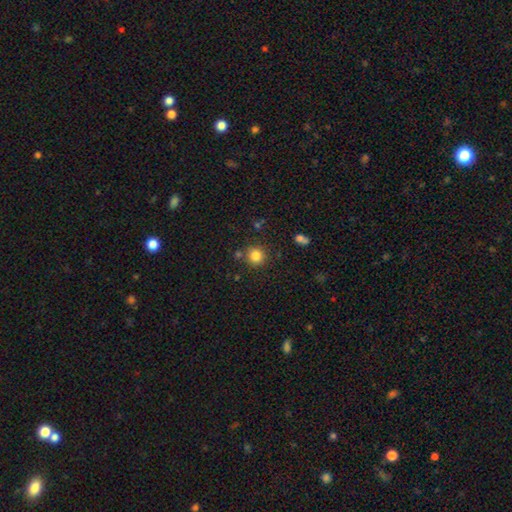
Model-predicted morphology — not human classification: Smooth or featured?
  - smooth: 83% *
  - star or artifact: 12%
  - featured or disk: 5%
How rounded?
  - round: 92% *
  - in between: 7%
  - cigar-shaped: 1%
Merging?
  - none: 82% *
  - minor disturbance: 8%
  - merger: 7%
  - major disturbance: 3%